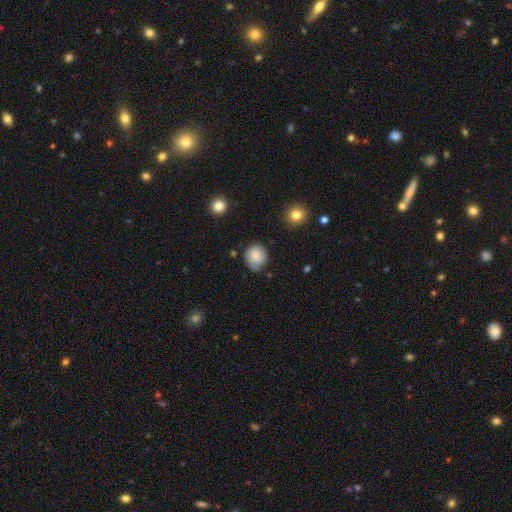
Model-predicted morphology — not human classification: Smooth or featured: smooth — 76% (featured or disk — 16%)
How rounded: round — 72% (in between — 27%)
Merging: none — 69% (minor disturbance — 23%)